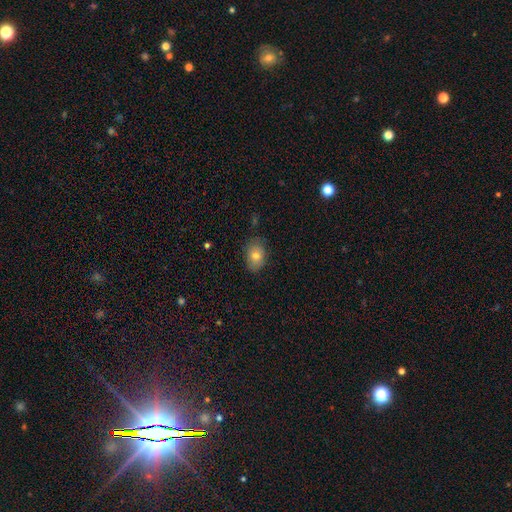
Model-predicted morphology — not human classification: The model was most divided on "how rounded": in between: 77%, round: 22%, cigar-shaped: 1%. More confident: merging — none (79%); smooth or featured — smooth (78%).